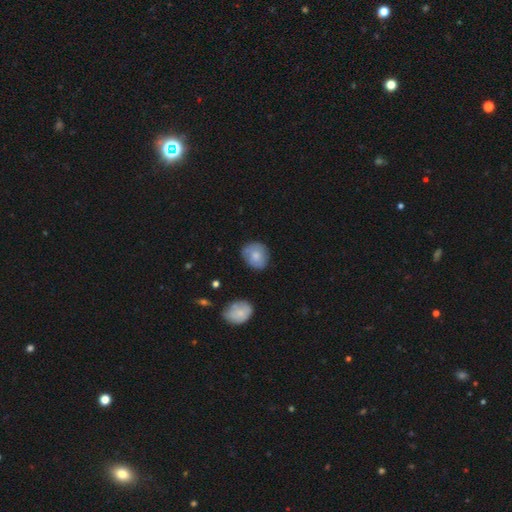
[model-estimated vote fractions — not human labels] Q: Smooth or featured?
A: smooth (75%); runner-up: featured or disk (18%)
Q: How rounded?
A: round (67%); runner-up: in between (32%)
Q: Merging?
A: none (70%); runner-up: minor disturbance (23%)